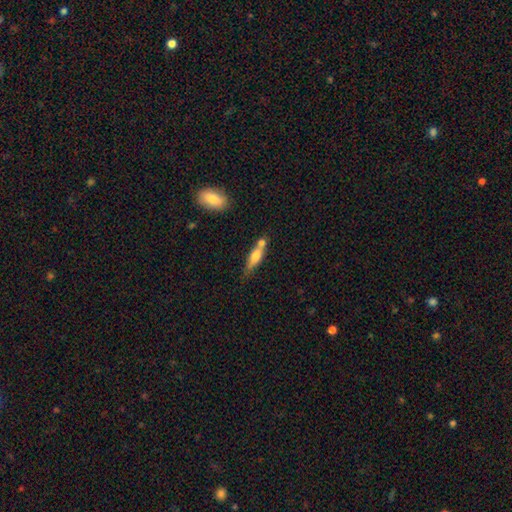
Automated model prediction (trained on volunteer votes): Smooth or featured? smooth (57%)
How rounded? cigar-shaped (63%)
Merging? none (49%)